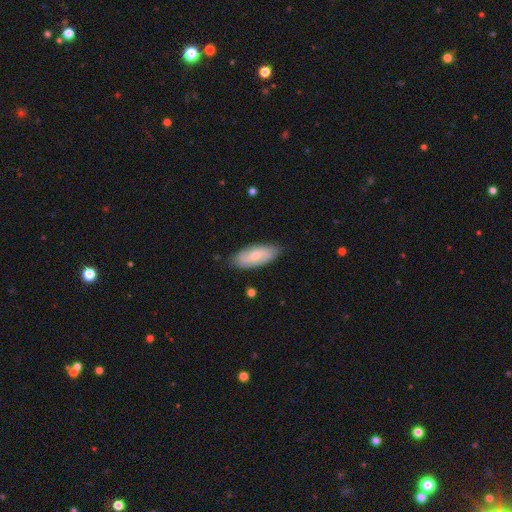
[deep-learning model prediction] A smooth galaxy with no disk features (50%) that is in between round and cigar-shaped (82%).

Vote fractions:
- Smooth or featured? smooth: 50% / featured or disk: 44% / star or artifact: 6%
- How rounded? in between: 82% / cigar-shaped: 15% / round: 3%
- Merging? none: 81% / minor disturbance: 15% / major disturbance: 3% / merger: 1%